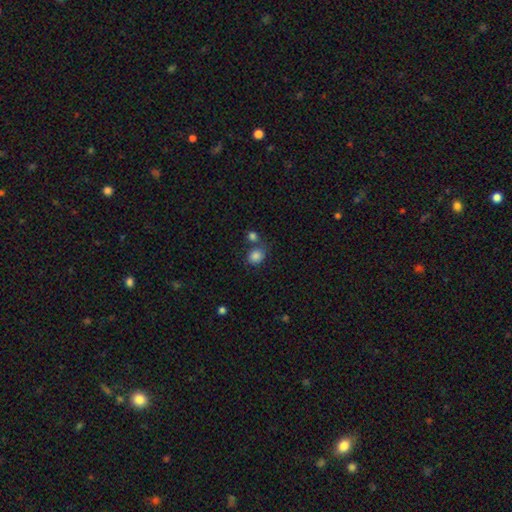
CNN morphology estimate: smooth_or_featured: smooth (p=0.83) [alt: star or artifact p=0.10]
how_rounded: round (p=0.70) [alt: in between p=0.29]
merging: none (p=0.51) [alt: merger p=0.28]